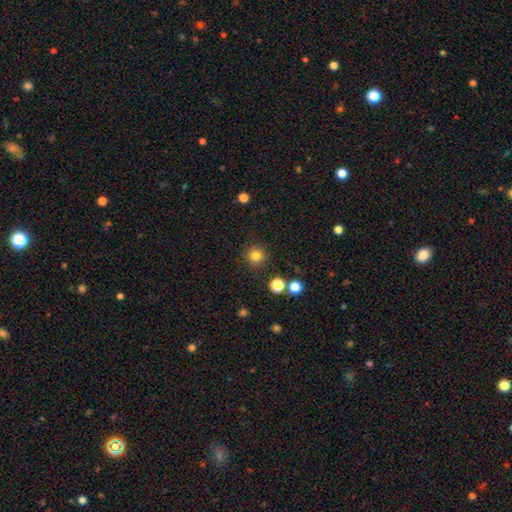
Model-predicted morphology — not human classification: Q: Smooth or featured?
A: smooth (83%); runner-up: star or artifact (13%)
Q: How rounded?
A: round (94%); runner-up: in between (5%)
Q: Merging?
A: none (89%); runner-up: minor disturbance (6%)